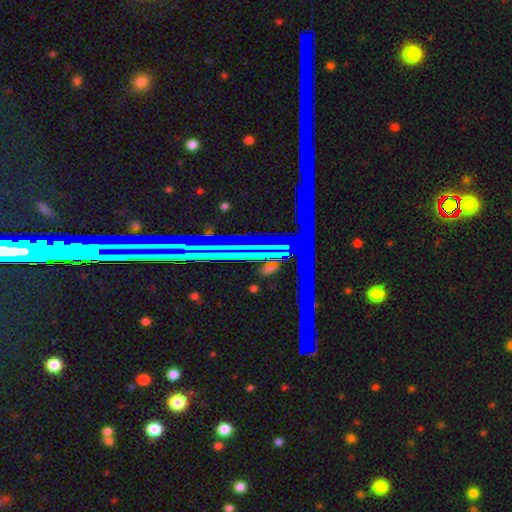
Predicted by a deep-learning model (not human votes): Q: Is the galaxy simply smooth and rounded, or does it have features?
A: star or artifact — 72%.